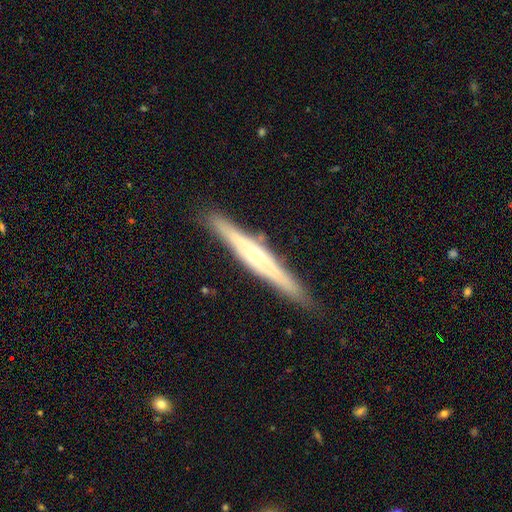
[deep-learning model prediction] This appears to be a featured or disk galaxy (74%) viewed edge-on (95%) with a rounded central bulge (71%). Merging: none (87%).